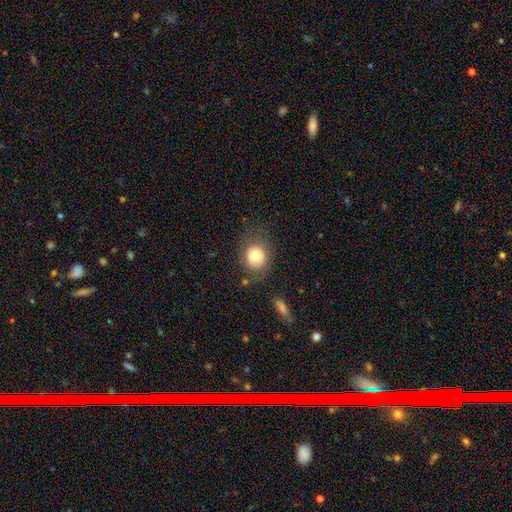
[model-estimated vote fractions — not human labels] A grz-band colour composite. It shows a smooth galaxy with no disk features (76%) that is round (73%). Merging: none (73%).